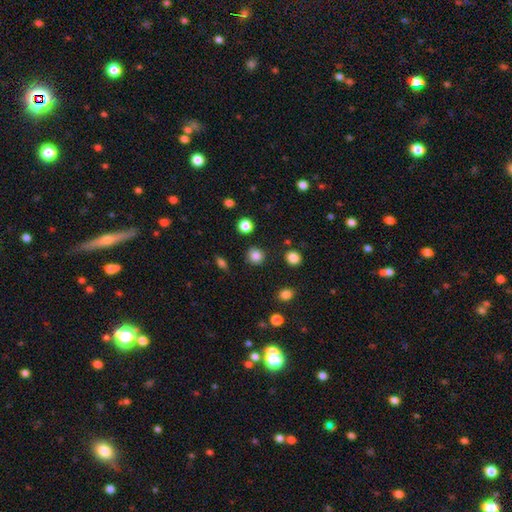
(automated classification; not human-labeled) smooth 84%, star or artifact 11%, featured or disk 5%. Down the decision tree: how rounded — round (90%); merging — none (88%).